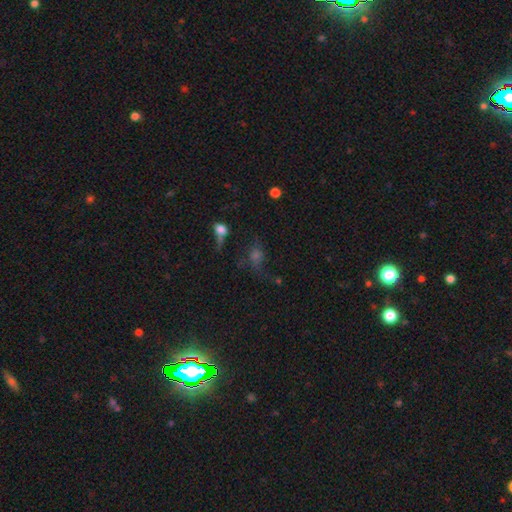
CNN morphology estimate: This appears to be a star or artifact, not a galaxy (42%).